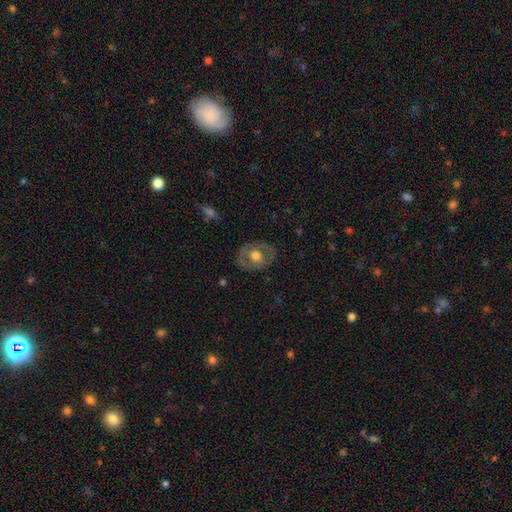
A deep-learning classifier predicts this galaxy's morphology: This is possibly a featured or disk galaxy (49%). Merging: likely none (79%).